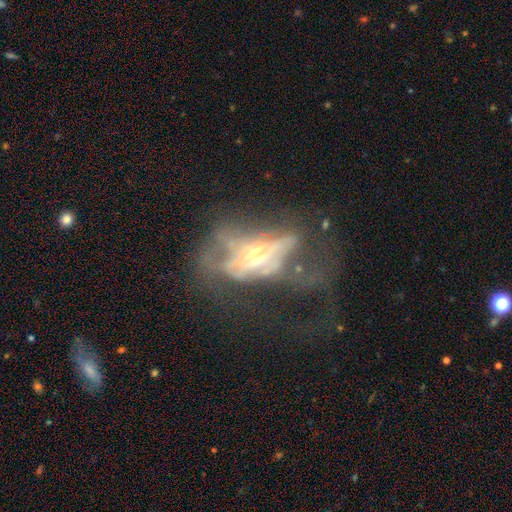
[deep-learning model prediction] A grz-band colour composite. It shows a featured or disk galaxy (63%). Merging: major disturbance (57%).